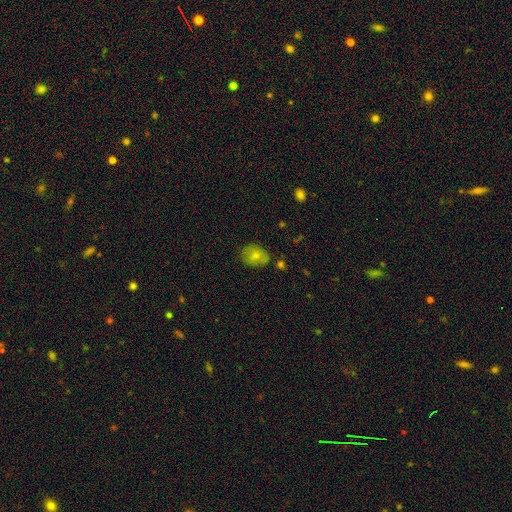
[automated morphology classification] Smooth or featured? smooth (75%)
How rounded? in between (61%)
Merging? none (72%)